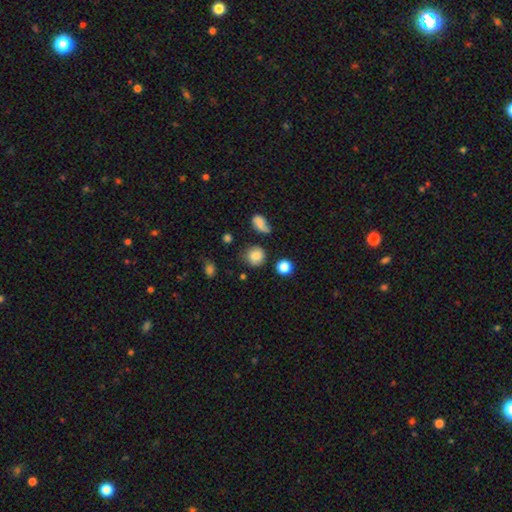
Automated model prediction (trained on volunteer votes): Smooth or featured: smooth — 78% (star or artifact — 12%)
How rounded: round — 82% (in between — 17%)
Merging: none — 68% (minor disturbance — 19%)